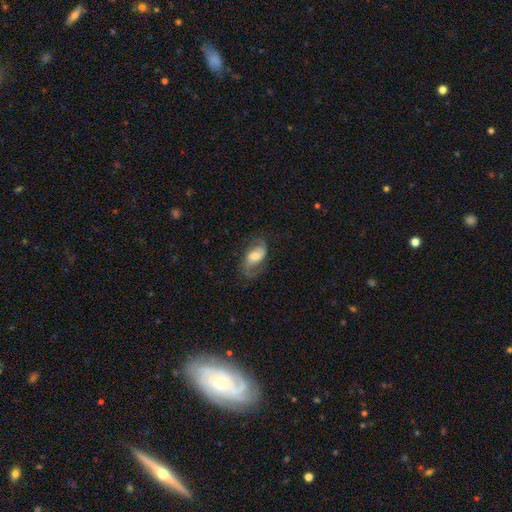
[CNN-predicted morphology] Overall: featured or disk (55%; smooth 38%). Edge-on disk: no (94%). Bar: no (45%; weak 39%). Spiral arms: yes (83%). Bulge size: moderate (60%; small 23%). Merging: none (61%; minor disturbance 23%).